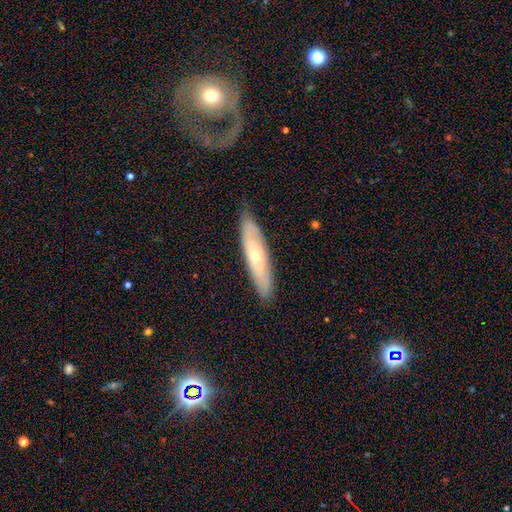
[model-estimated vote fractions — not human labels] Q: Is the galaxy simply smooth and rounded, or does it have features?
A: featured or disk — 54%.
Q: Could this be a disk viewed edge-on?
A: yes — 51%.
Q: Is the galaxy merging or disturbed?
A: none — 82%.